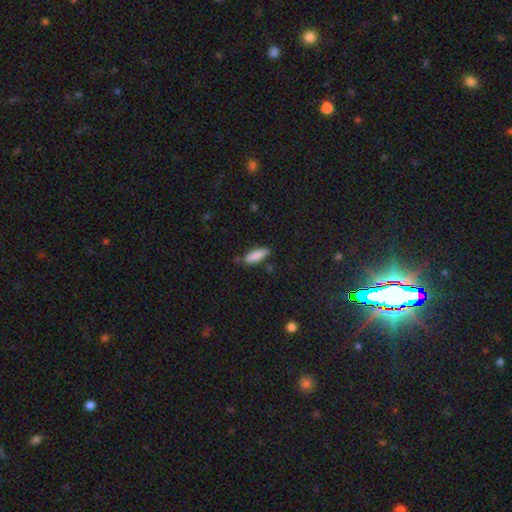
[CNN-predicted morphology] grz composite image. It shows a smooth galaxy with no disk features (87%) that is in between round and cigar-shaped (55%). Merging: none (76%).